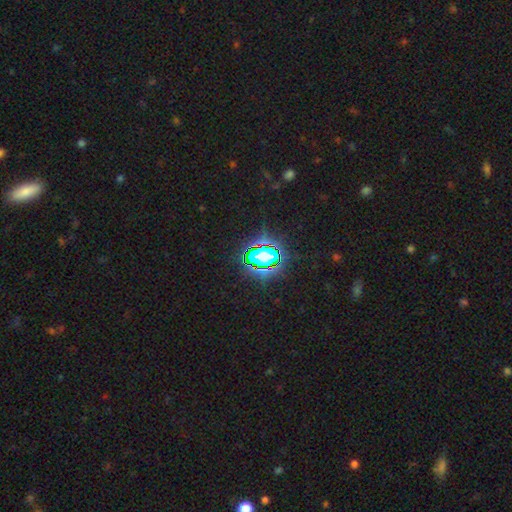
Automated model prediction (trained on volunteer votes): Smooth or featured? Predicted: star or artifact (p=0.72).